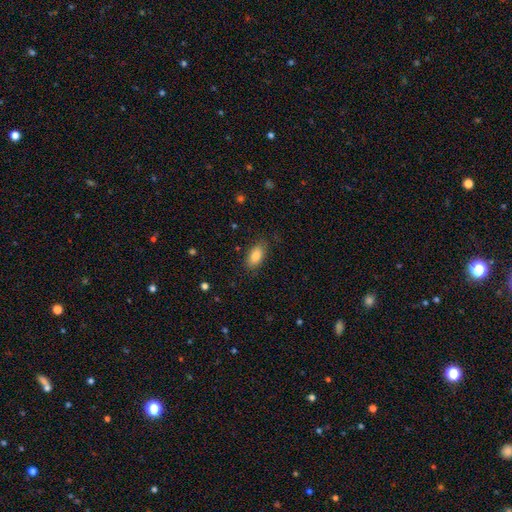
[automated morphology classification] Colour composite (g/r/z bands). It shows a smooth galaxy with no disk features (85%) that is in between round and cigar-shaped (91%). Merging: none (83%).